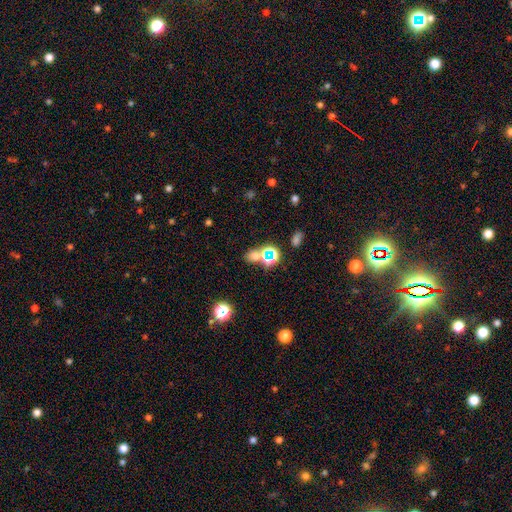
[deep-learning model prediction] A smooth galaxy with no disk features (51%) that is round (51%). Merging: none (56%).